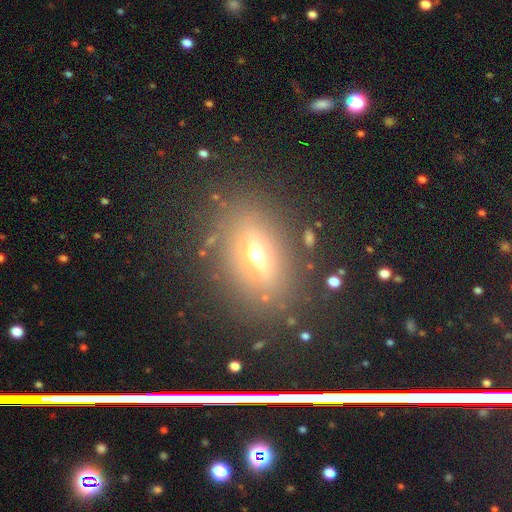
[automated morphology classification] Smooth or featured? Predicted: smooth (p=0.55). How rounded? Predicted: in between (p=0.70). Merging? Predicted: none (p=0.80).